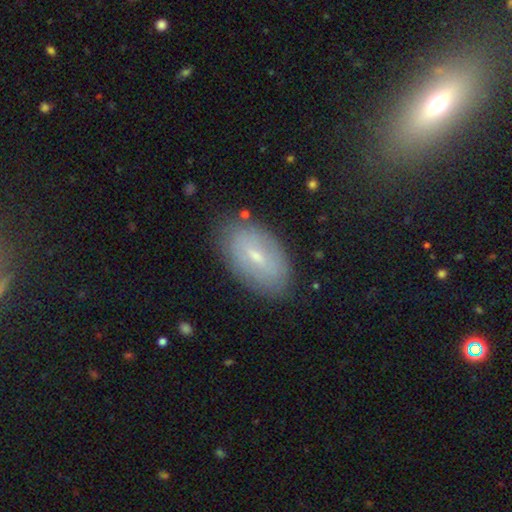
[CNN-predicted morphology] Smooth or featured? Predicted: featured or disk (p=0.46). Merging? Predicted: none (p=0.80).